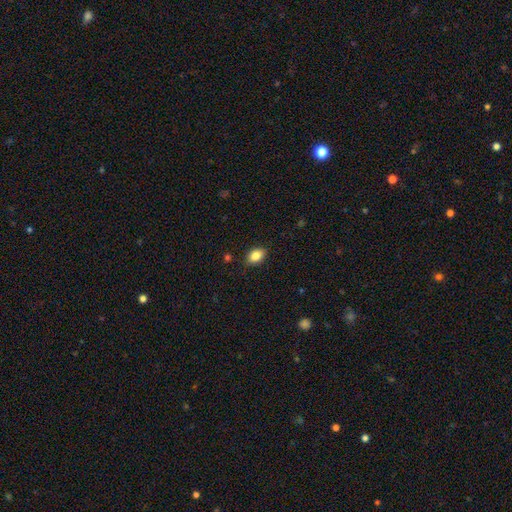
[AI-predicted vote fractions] smooth_or_featured: smooth (p=0.86) [alt: star or artifact p=0.09]
how_rounded: in between (p=0.78) [alt: round p=0.21]
merging: none (p=0.87) [alt: minor disturbance p=0.10]